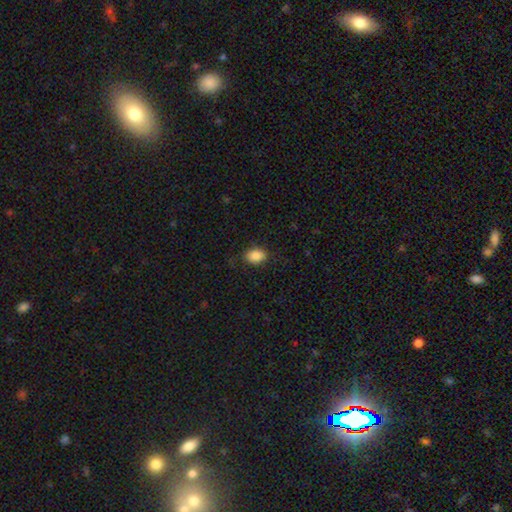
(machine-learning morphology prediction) Smooth or featured: smooth — 88% (star or artifact — 8%)
How rounded: in between — 74% (round — 25%)
Merging: none — 83% (minor disturbance — 12%)